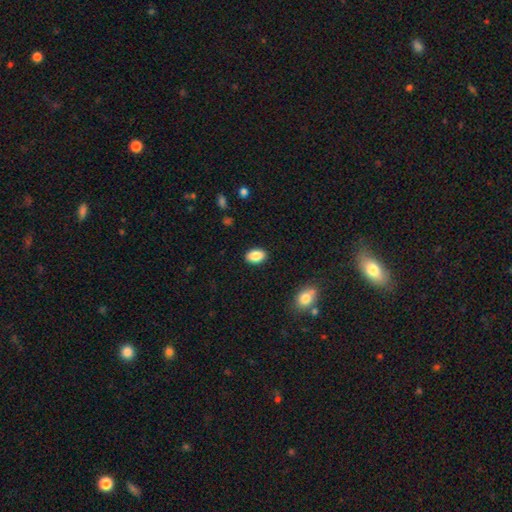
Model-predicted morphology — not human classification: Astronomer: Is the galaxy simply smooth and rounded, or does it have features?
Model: smooth — 87%.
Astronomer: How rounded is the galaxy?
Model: in between — 87%.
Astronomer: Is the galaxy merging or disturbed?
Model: none — 89%.